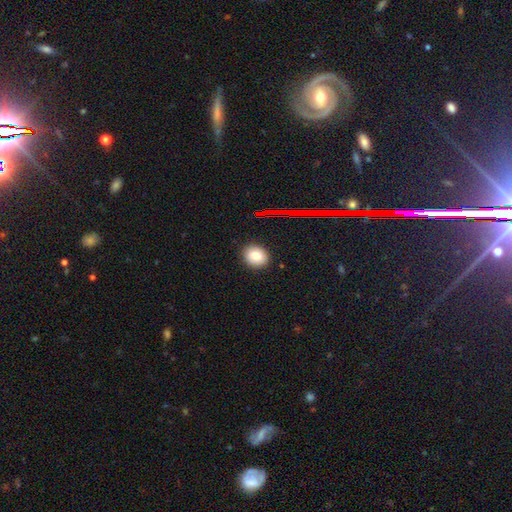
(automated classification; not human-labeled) smooth-or-featured: smooth: 77% | featured or disk: 12% | star or artifact: 11%
  how-rounded: round: 64% | in between: 35% | cigar-shaped: 1%
  merging: none: 90% | minor disturbance: 7% | major disturbance: 2% | merger: 1%